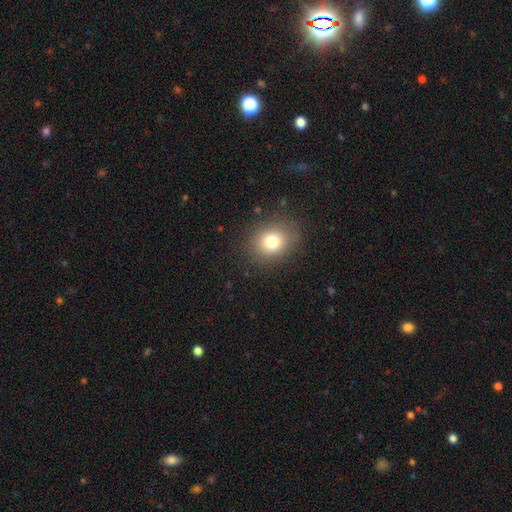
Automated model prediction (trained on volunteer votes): A smooth galaxy with no disk features (76%) that is round (71%). Merging: none (90%).